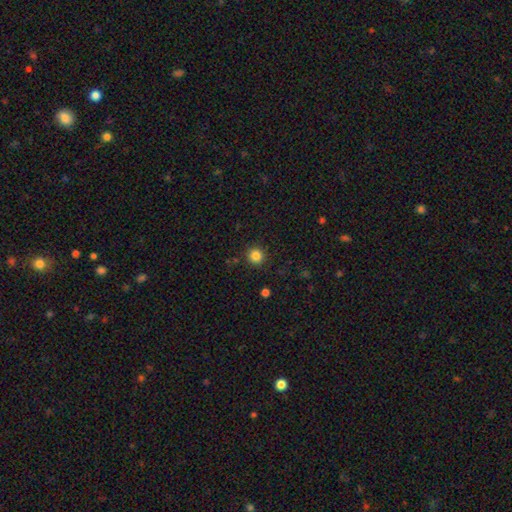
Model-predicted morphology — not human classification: A smooth galaxy with no disk features (84%) that is round (93%).

Vote fractions:
- Smooth or featured? smooth: 84% / star or artifact: 12% / featured or disk: 5%
- How rounded? round: 93% / in between: 6% / cigar-shaped: 1%
- Merging? none: 90% / minor disturbance: 6% / major disturbance: 2% / merger: 1%